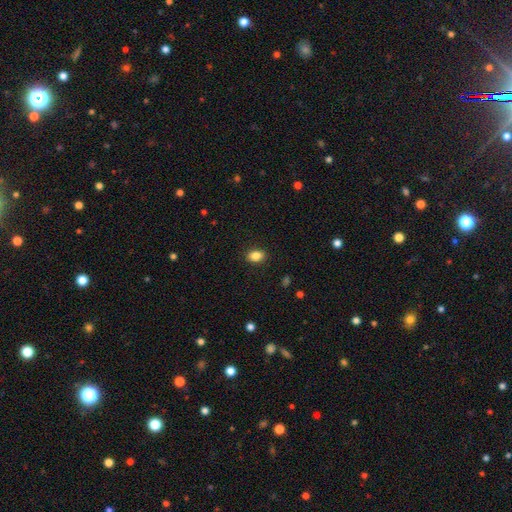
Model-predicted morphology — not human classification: smooth-or-featured: smooth: 85% | star or artifact: 9% | featured or disk: 6%
  how-rounded: in between: 78% | round: 21% | cigar-shaped: 1%
  merging: none: 89% | minor disturbance: 8% | major disturbance: 2% | merger: 1%